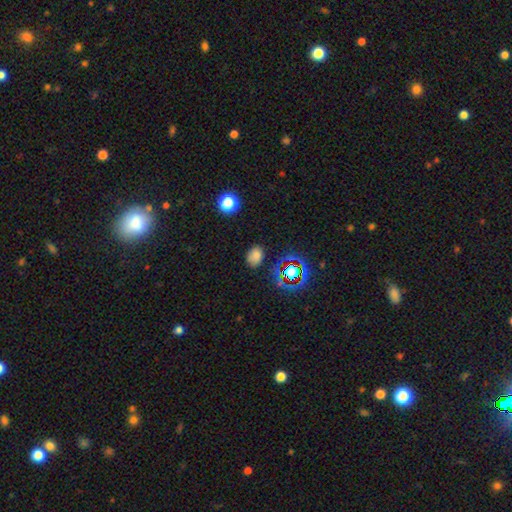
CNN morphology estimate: Smooth or featured: smooth — 74% (star or artifact — 20%)
How rounded: in between — 71% (round — 27%)
Merging: none — 78% (minor disturbance — 15%)